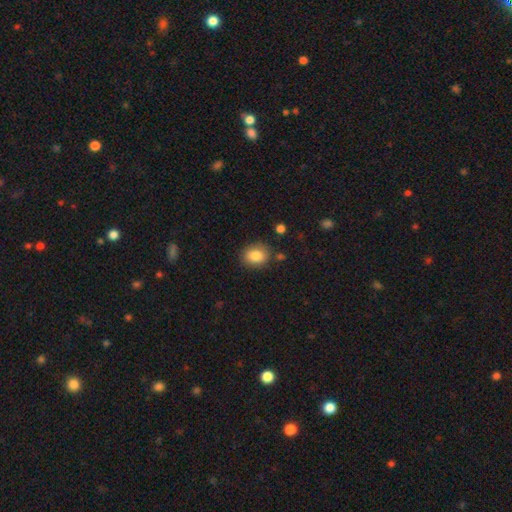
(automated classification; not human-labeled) Q: Smooth or featured?
A: smooth (85%); runner-up: star or artifact (8%)
Q: How rounded?
A: in between (55%); runner-up: round (44%)
Q: Merging?
A: none (81%); runner-up: minor disturbance (12%)